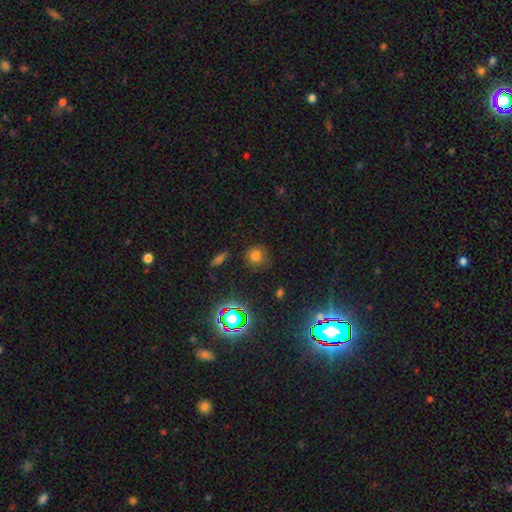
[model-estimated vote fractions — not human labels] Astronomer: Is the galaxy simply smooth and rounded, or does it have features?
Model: smooth — 73%.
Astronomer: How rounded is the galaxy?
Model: round — 88%.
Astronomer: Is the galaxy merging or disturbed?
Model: none — 81%.